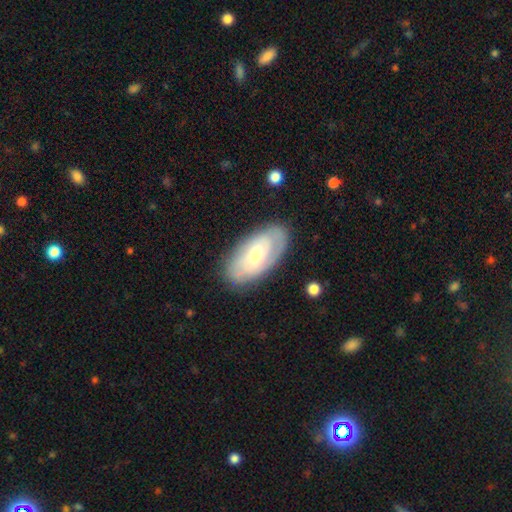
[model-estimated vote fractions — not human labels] Smooth or featured: featured or disk — 49% (smooth — 44%)
Merging: none — 79% (minor disturbance — 15%)